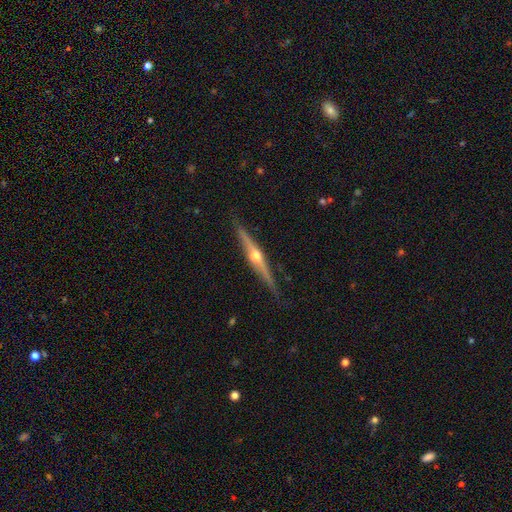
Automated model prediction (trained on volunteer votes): This is clearly a featured or disk galaxy (80%). It is clearly viewed edge-on (98%). Edge-on bulge: clearly rounded (94%). Merging: clearly none (87%).